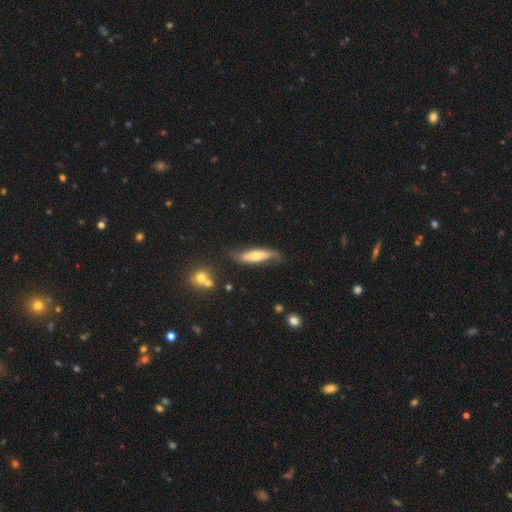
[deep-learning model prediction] Smooth or featured?
  - featured or disk: 51% *
  - smooth: 42%
  - star or artifact: 7%
Edge-on disk?
  - no: 54% *
  - yes: 46%
Merging?
  - none: 65% *
  - minor disturbance: 24%
  - major disturbance: 8%
  - merger: 3%